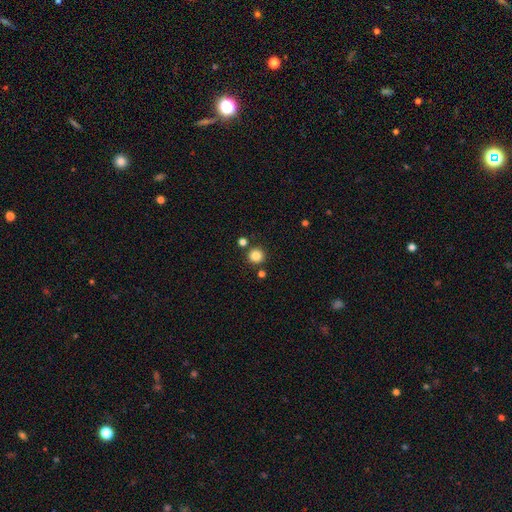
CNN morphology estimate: A smooth galaxy with no disk features (84%) that is round (94%). Merging: none (84%).